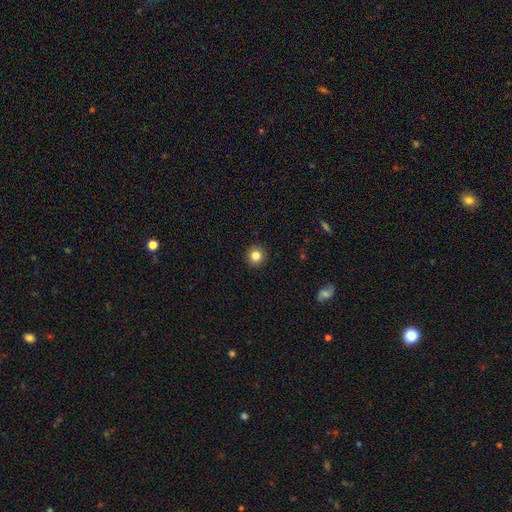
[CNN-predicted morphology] smooth 84%, star or artifact 11%, featured or disk 5%. Down the decision tree: how rounded — round (95%); merging — none (93%).